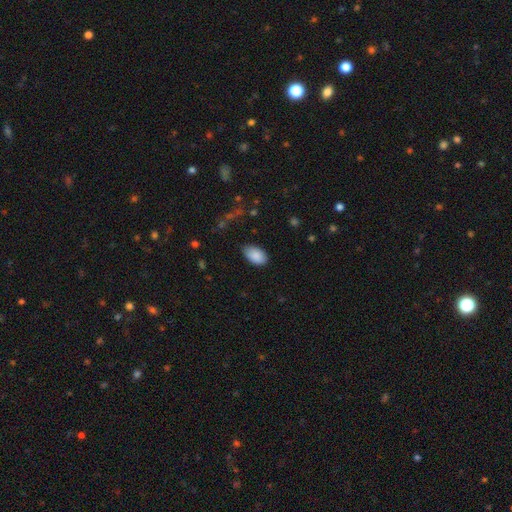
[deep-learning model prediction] Smooth or featured? Predicted: smooth (p=0.88). How rounded? Predicted: in between (p=0.94). Merging? Predicted: none (p=0.82).